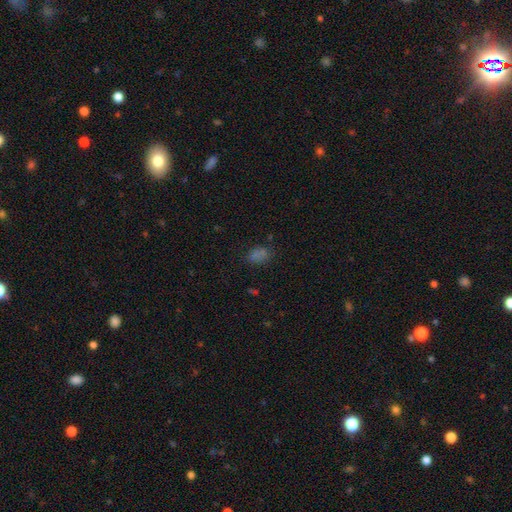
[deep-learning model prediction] The model was most divided on "smooth or featured": smooth: 72%, star or artifact: 21%, featured or disk: 6%. More confident: how rounded — in between (86%); merging — none (77%).